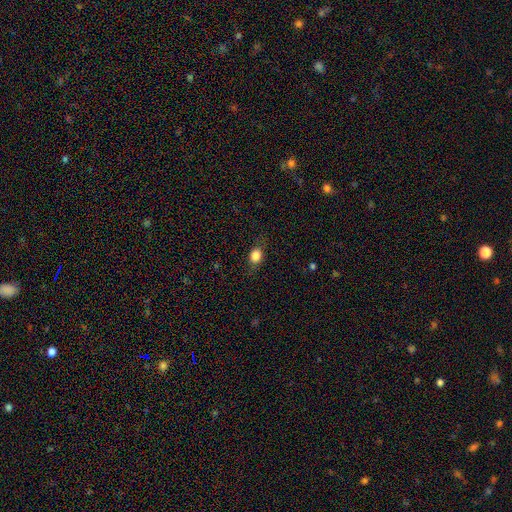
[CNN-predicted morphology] Overall: smooth (83%). How rounded: in between (51%; round 47%). Merging: none (79%).